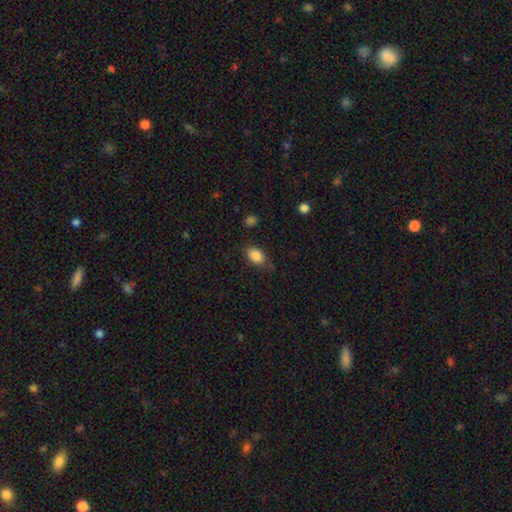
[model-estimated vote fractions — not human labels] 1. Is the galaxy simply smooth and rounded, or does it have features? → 87% smooth, 8% star or artifact, 5% featured or disk.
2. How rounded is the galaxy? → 86% in between, 13% round, 2% cigar-shaped.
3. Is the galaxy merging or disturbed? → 72% none, 20% minor disturbance, 6% major disturbance, 2% merger.